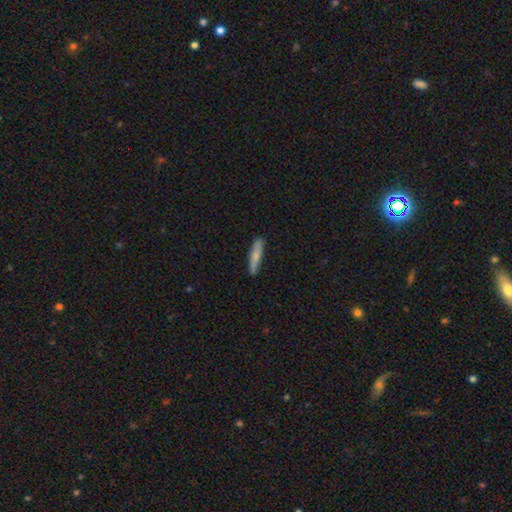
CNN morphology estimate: Smooth or featured?
  - smooth: 71% *
  - featured or disk: 24%
  - star or artifact: 5%
How rounded?
  - cigar-shaped: 86% *
  - in between: 12%
  - round: 2%
Merging?
  - none: 83% *
  - minor disturbance: 13%
  - major disturbance: 2%
  - merger: 1%